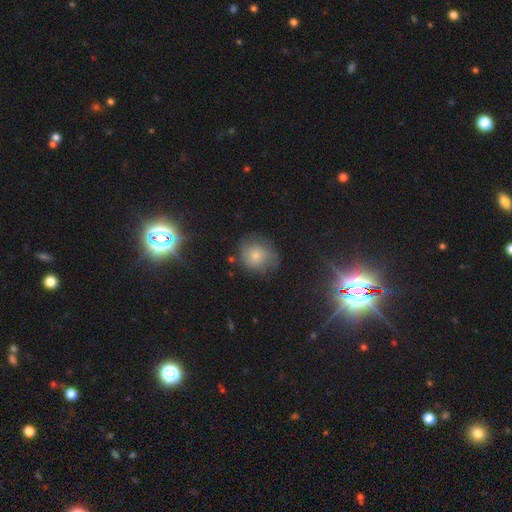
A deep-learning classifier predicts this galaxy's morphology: smooth-or-featured: smooth: 64% | featured or disk: 24% | star or artifact: 12%
  how-rounded: round: 75% | in between: 24% | cigar-shaped: 1%
  merging: none: 56% | minor disturbance: 28% | major disturbance: 13% | merger: 3%